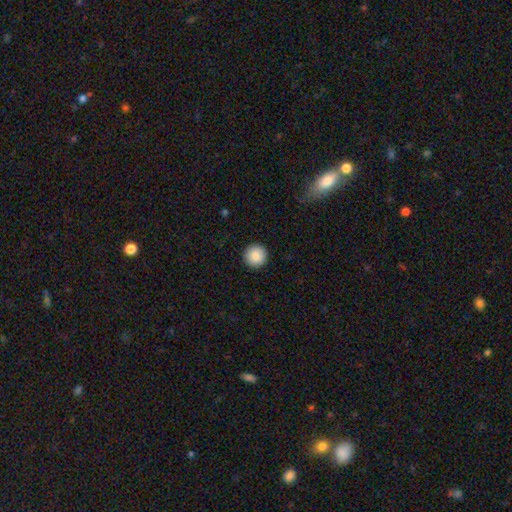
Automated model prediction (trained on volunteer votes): Smooth or featured? Predicted: smooth (p=0.88). How rounded? Predicted: round (p=0.97). Merging? Predicted: none (p=0.93).